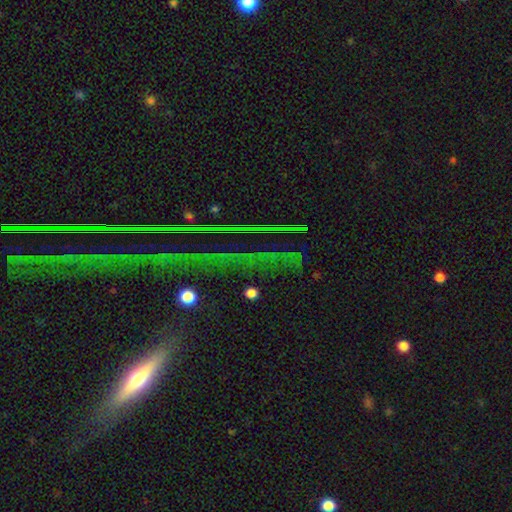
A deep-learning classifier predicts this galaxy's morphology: Overall: star or artifact (75%).